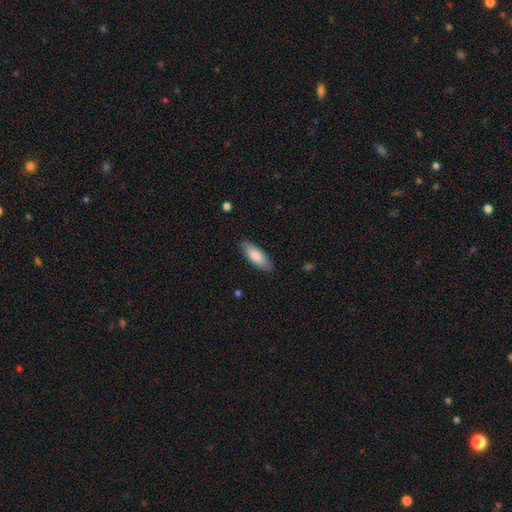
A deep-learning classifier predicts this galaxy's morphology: Smooth or featured?
  - smooth: 81% *
  - featured or disk: 13%
  - star or artifact: 5%
How rounded?
  - in between: 68% *
  - cigar-shaped: 30%
  - round: 1%
Merging?
  - none: 84% *
  - minor disturbance: 12%
  - major disturbance: 2%
  - merger: 1%